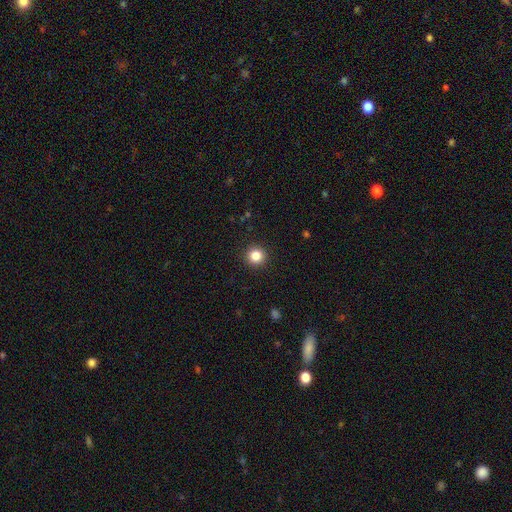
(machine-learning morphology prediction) Q: Smooth or featured?
A: smooth (84%); runner-up: star or artifact (12%)
Q: How rounded?
A: round (95%); runner-up: in between (5%)
Q: Merging?
A: none (92%); runner-up: minor disturbance (5%)